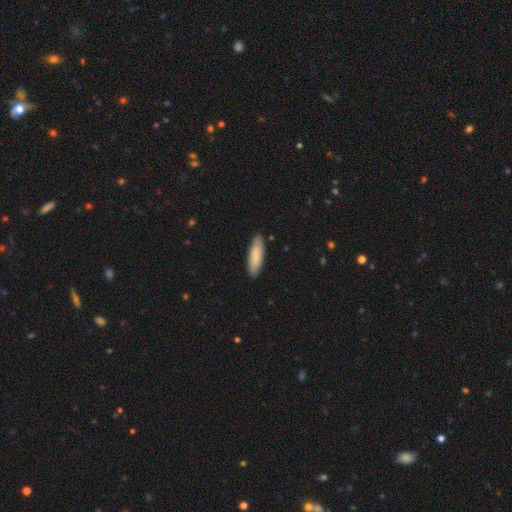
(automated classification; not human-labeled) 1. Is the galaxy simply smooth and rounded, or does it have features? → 85% smooth, 10% featured or disk, 5% star or artifact.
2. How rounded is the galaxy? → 55% cigar-shaped, 44% in between, 1% round.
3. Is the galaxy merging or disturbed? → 89% none, 9% minor disturbance, 2% major disturbance, 1% merger.